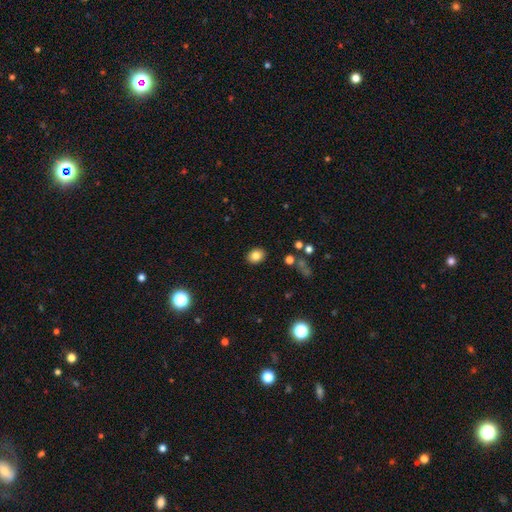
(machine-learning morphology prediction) Smooth or featured? Predicted: smooth (p=0.83). How rounded? Predicted: in between (p=0.55). Merging? Predicted: none (p=0.89).